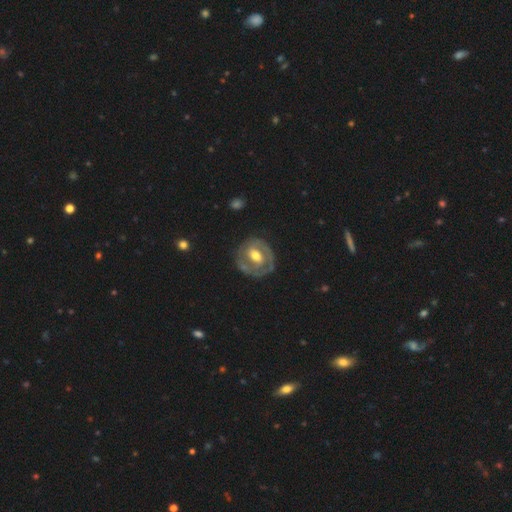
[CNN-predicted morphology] A featured or disk galaxy (74%) with a weak bar (45%), spiral arms (67%) and a moderate central bulge (71%).

Vote fractions:
- Smooth or featured? featured or disk: 74% / smooth: 22% / star or artifact: 5%
- Edge-on disk? no: 96% / yes: 4%
- Bar? weak: 45% / no: 32% / strong: 23%
- Spiral arms? yes: 67% / no: 33%
- Bulge size? moderate: 71% / small: 14% / large: 13% / none: 1% / dominant: 1%
- Merging? none: 72% / minor disturbance: 18% / major disturbance: 7% / merger: 2%